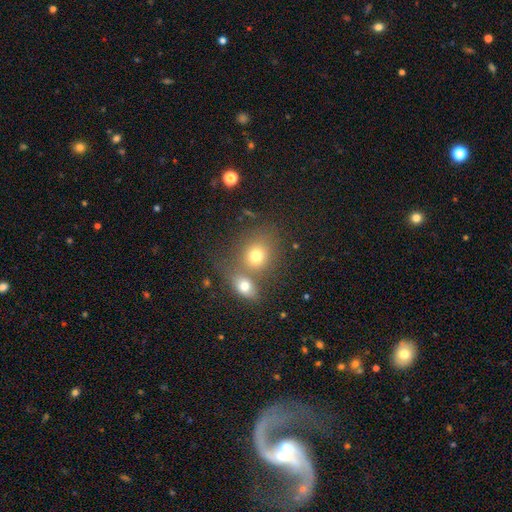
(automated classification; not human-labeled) This appears to be a smooth galaxy with no disk features (72%) that is round (67%). Merging: merger (44%).